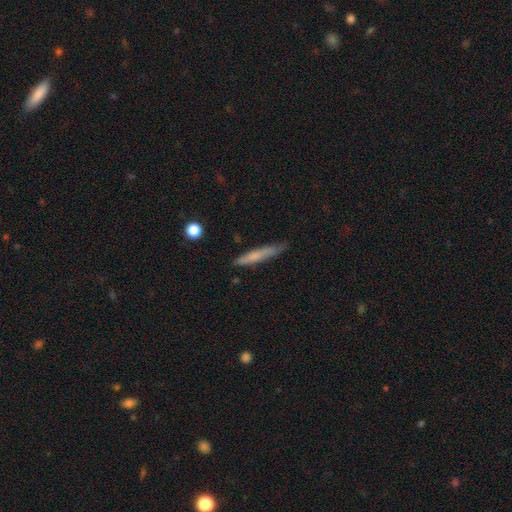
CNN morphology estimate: smooth 64%, featured or disk 29%, star or artifact 7%. Down the decision tree: how rounded — cigar-shaped (94%); merging — none (81%).